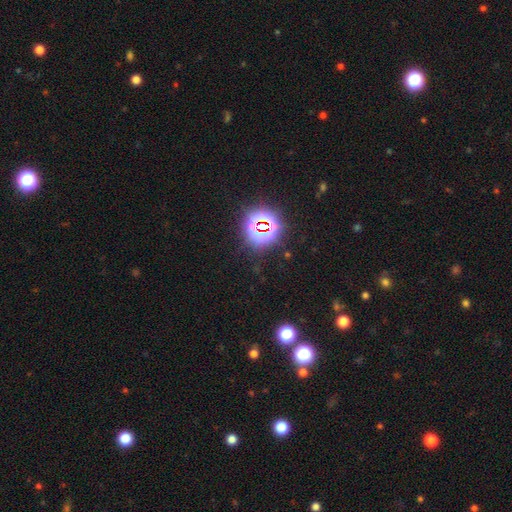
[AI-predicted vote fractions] Overall: star or artifact (80%).